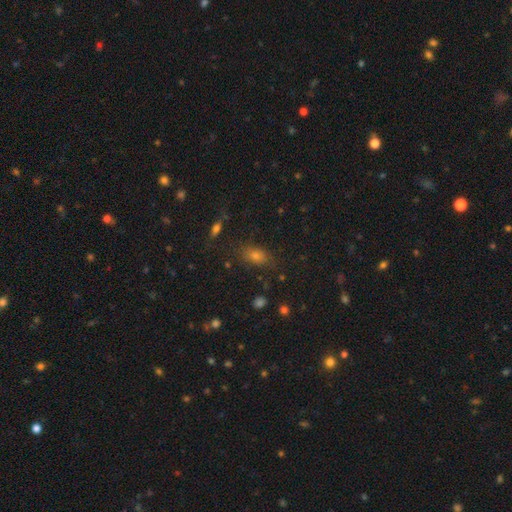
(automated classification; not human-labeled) Q: Smooth or featured?
A: smooth (63%); runner-up: star or artifact (26%)
Q: How rounded?
A: in between (72%); runner-up: round (22%)
Q: Merging?
A: none (79%); runner-up: minor disturbance (13%)